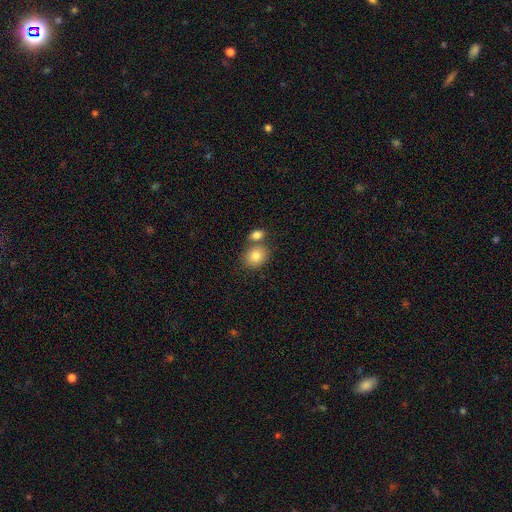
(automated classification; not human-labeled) Smooth or featured: smooth — 83% (star or artifact — 9%)
How rounded: round — 58% (in between — 41%)
Merging: none — 56% (merger — 31%)